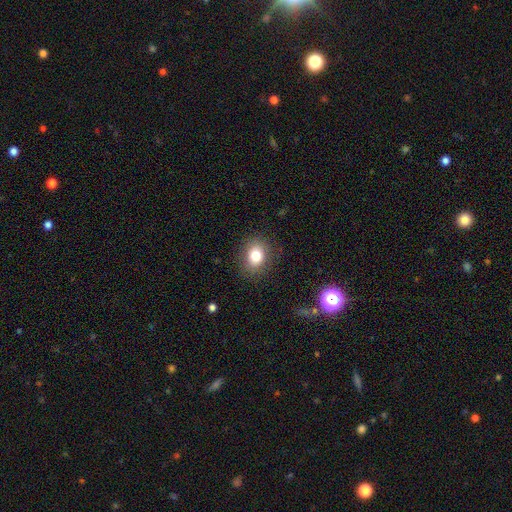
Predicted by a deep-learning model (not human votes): This appears to be a smooth galaxy with no disk features (80%) that is in between round and cigar-shaped (53%). Merging: none (85%).